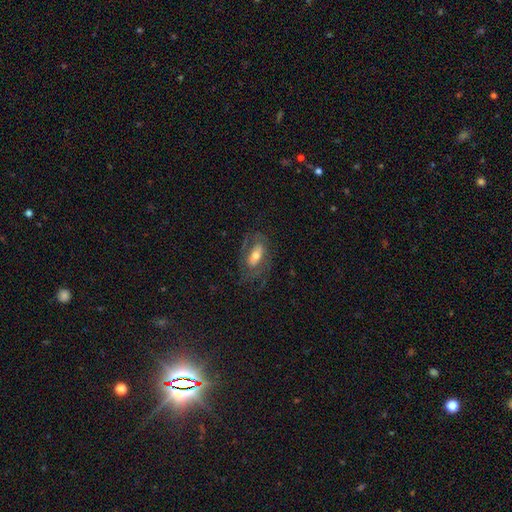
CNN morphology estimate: This appears to be a featured or disk galaxy (58%) with no bar (47%), spiral arms (61%) and a moderate central bulge (62%). Merging: none (60%).